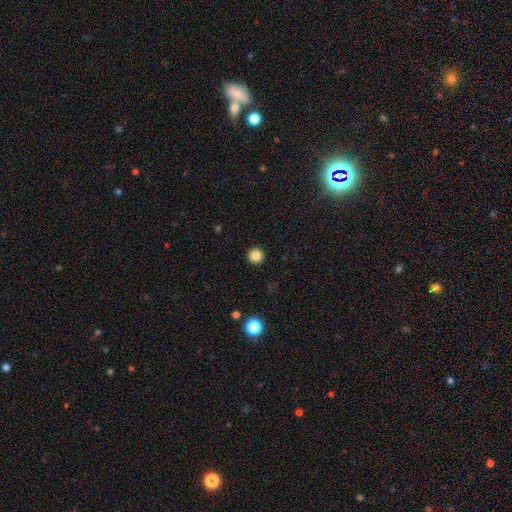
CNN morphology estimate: This appears to be a smooth galaxy with no disk features (84%) that is round (96%). Merging: none (94%).